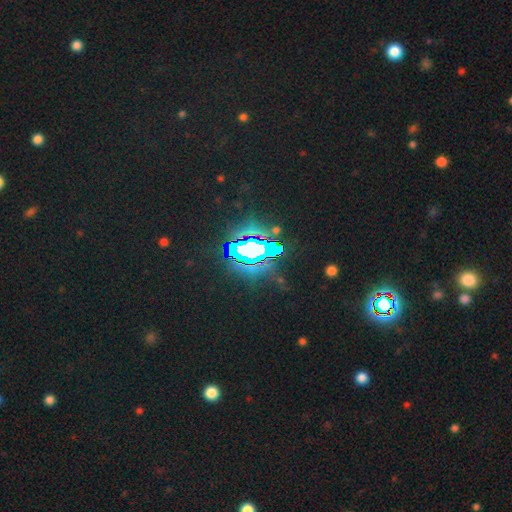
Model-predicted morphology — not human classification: smooth_or_featured: star or artifact (p=0.73) [alt: featured or disk p=0.14]